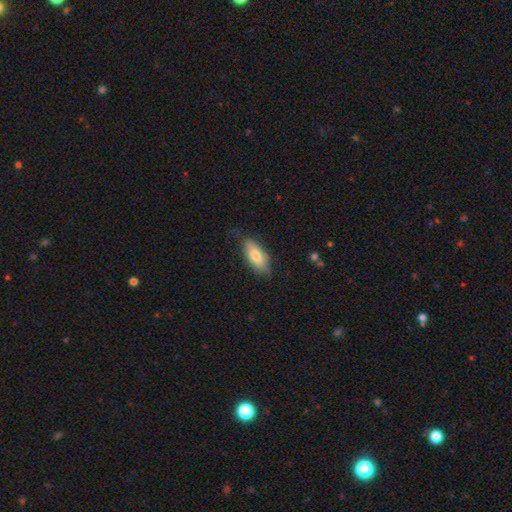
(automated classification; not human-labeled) Q: Smooth or featured?
A: smooth (74%); runner-up: featured or disk (20%)
Q: How rounded?
A: in between (84%); runner-up: cigar-shaped (13%)
Q: Merging?
A: none (69%); runner-up: minor disturbance (25%)